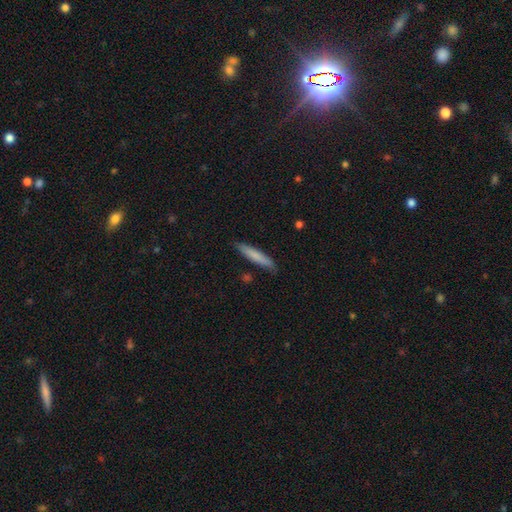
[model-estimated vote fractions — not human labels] Q: Smooth or featured?
A: smooth (77%); runner-up: featured or disk (17%)
Q: How rounded?
A: cigar-shaped (91%); runner-up: in between (7%)
Q: Merging?
A: none (86%); runner-up: minor disturbance (10%)